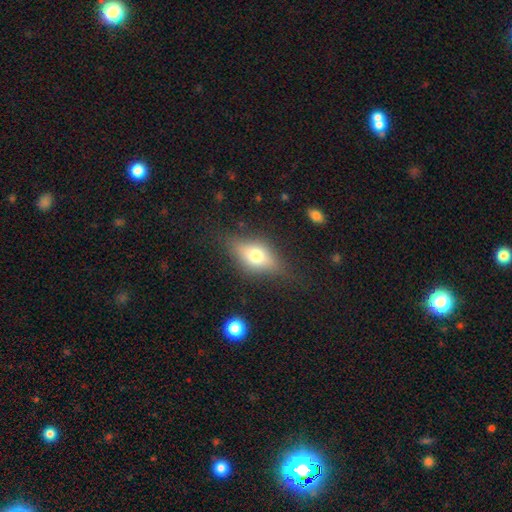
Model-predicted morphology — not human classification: Overall: smooth (58%; featured or disk 32%). How rounded: in between (75%). Merging: none (71%).